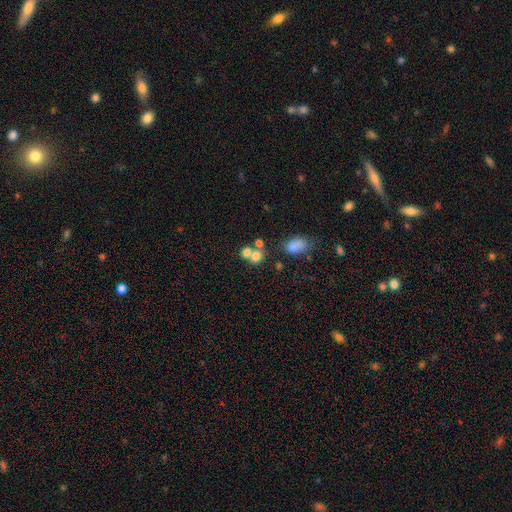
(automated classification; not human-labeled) Morphology: type=smooth (72%); roundness=round (68%); merging=merger (51%).